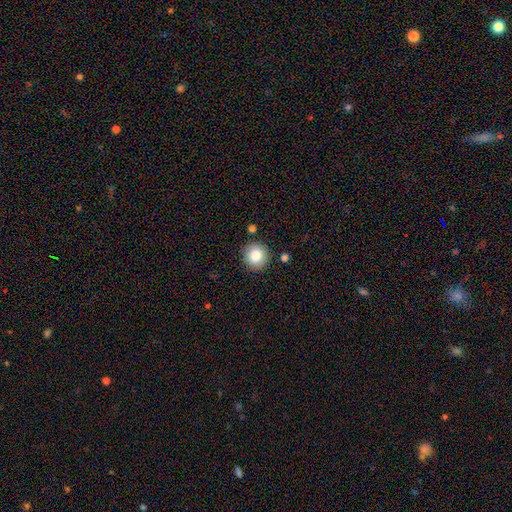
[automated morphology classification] Smooth or featured? Predicted: smooth (p=0.82). How rounded? Predicted: round (p=0.94). Merging? Predicted: none (p=0.88).